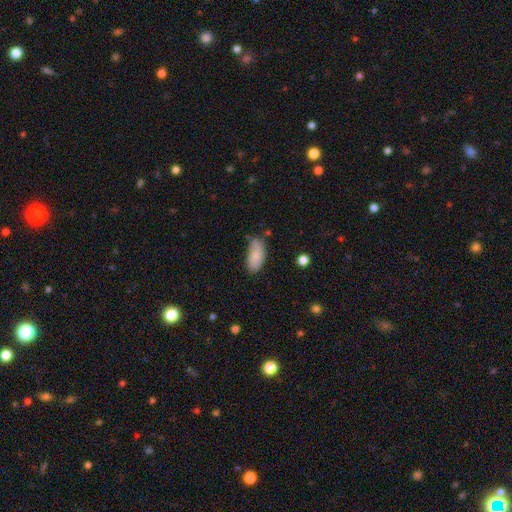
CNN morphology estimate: A smooth galaxy with no disk features (82%) that is in between round and cigar-shaped (92%). Merging: none (58%).